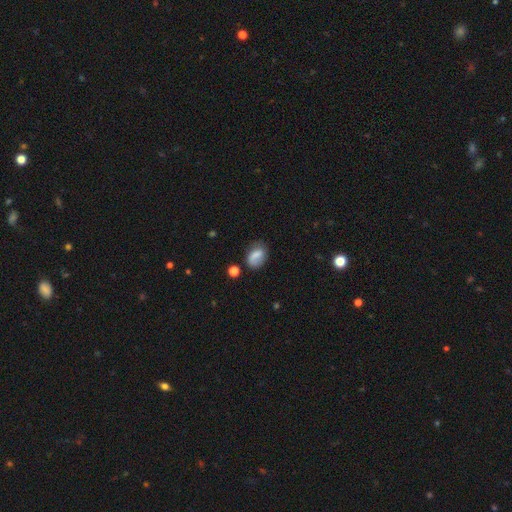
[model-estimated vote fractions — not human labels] smooth 73%, featured or disk 17%, star or artifact 10%. Down the decision tree: how rounded — in between (78%); merging — none (56%).